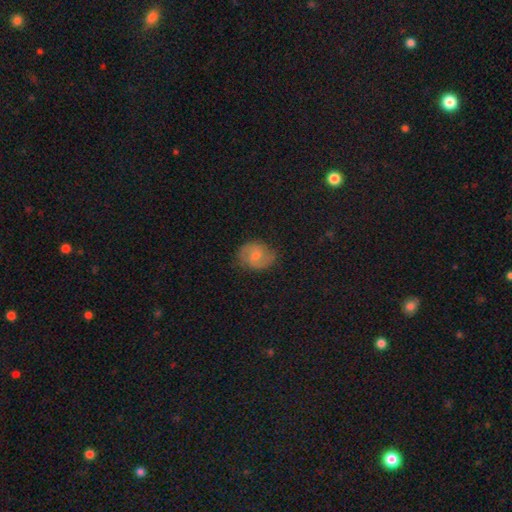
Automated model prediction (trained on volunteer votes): Smooth or featured? Predicted: featured or disk (p=0.58). Edge-on disk? Predicted: no (p=0.98). Bar? Predicted: no (p=0.47). Spiral arms? Predicted: yes (p=0.90). Spiral winding? Predicted: medium (p=0.51). Spiral arm count? Predicted: 2 (p=0.86). Bulge size? Predicted: small (p=0.46). Merging? Predicted: none (p=0.77).